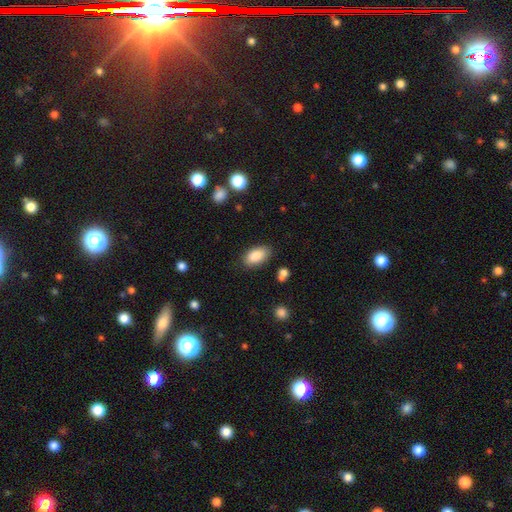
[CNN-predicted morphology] This is clearly a smooth galaxy (87%). How rounded: clearly in between (93%). Merging: clearly none (83%).